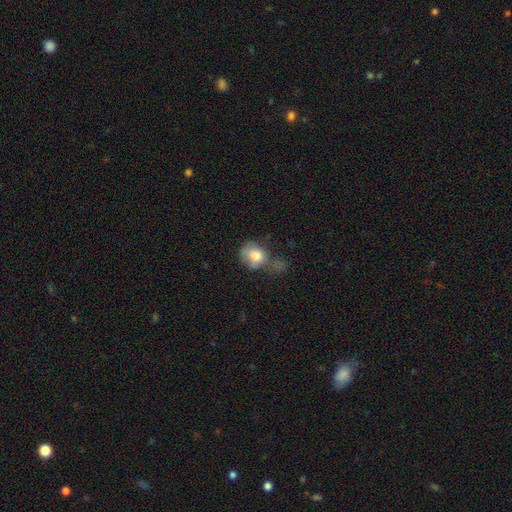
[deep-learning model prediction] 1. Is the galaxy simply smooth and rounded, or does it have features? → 75% smooth, 17% featured or disk, 8% star or artifact.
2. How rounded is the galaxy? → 56% round, 42% in between, 1% cigar-shaped.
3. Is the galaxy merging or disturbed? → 28% major disturbance, 27% none, 25% minor disturbance, 20% merger.